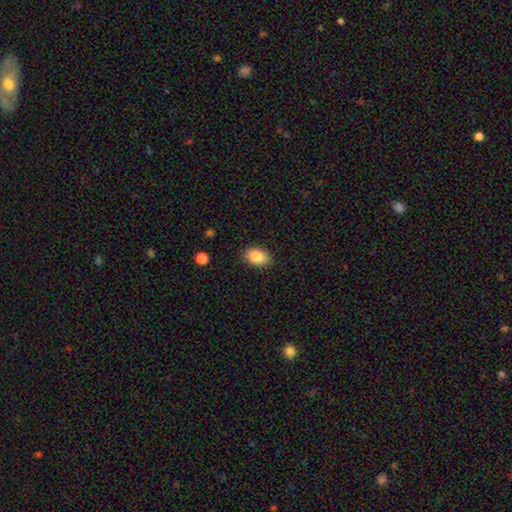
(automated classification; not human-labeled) Smooth or featured: smooth — 84% (star or artifact — 8%)
How rounded: in between — 80% (round — 19%)
Merging: none — 87% (minor disturbance — 10%)